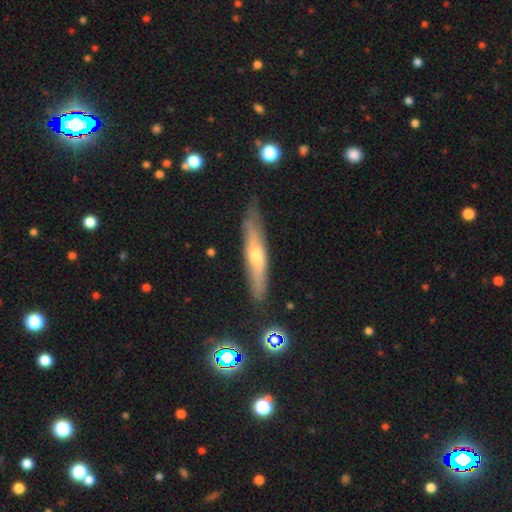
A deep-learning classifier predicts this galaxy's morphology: Q: Smooth or featured?
A: featured or disk (57%); runner-up: smooth (35%)
Q: Edge-on disk?
A: yes (83%); runner-up: no (17%)
Q: Merging?
A: none (83%); runner-up: minor disturbance (13%)